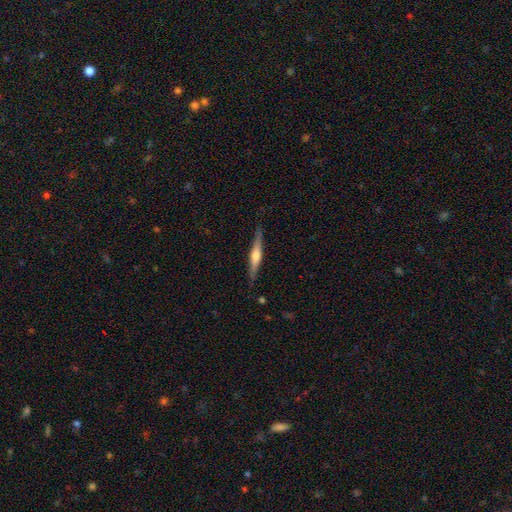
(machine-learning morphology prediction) The model was most divided on "smooth or featured": featured or disk: 61%, smooth: 33%, star or artifact: 6%. More confident: edge-on disk — yes (97%); merging — none (87%); edge-on bulge — rounded (79%).